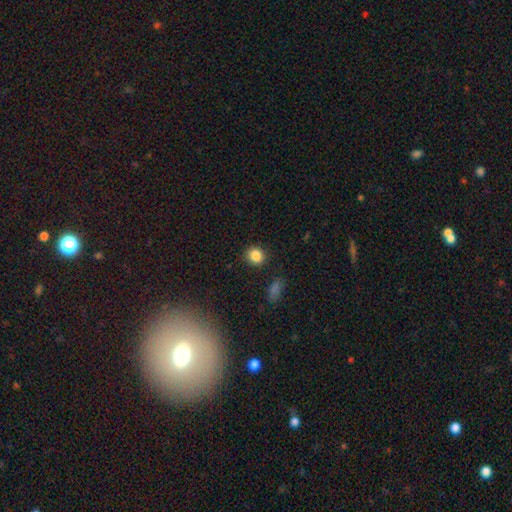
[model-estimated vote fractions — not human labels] Smooth or featured: smooth — 85% (star or artifact — 10%)
How rounded: round — 79% (in between — 19%)
Merging: none — 88% (minor disturbance — 8%)